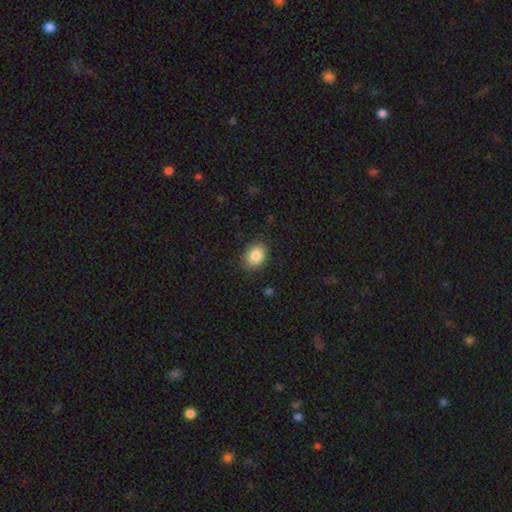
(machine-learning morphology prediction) Q: Smooth or featured?
A: smooth (87%); runner-up: star or artifact (8%)
Q: How rounded?
A: in between (69%); runner-up: round (30%)
Q: Merging?
A: none (85%); runner-up: minor disturbance (11%)